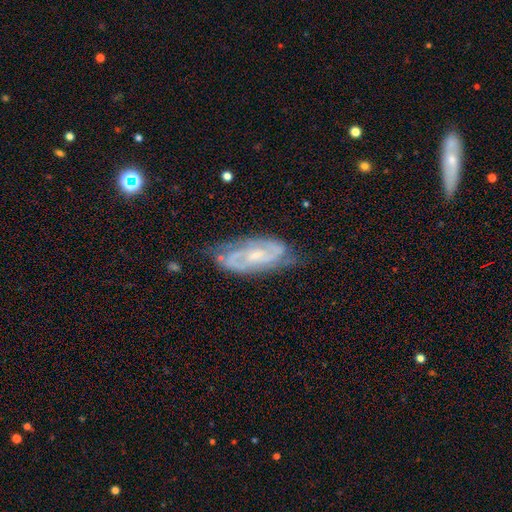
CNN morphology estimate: type=featured or disk (82%); edge-on=no (93%); bar=no (46%); spiral arms=yes (94%); winding=tight (49%); arm count=2 (68%); bulge=small (53%); merging=none (67%).